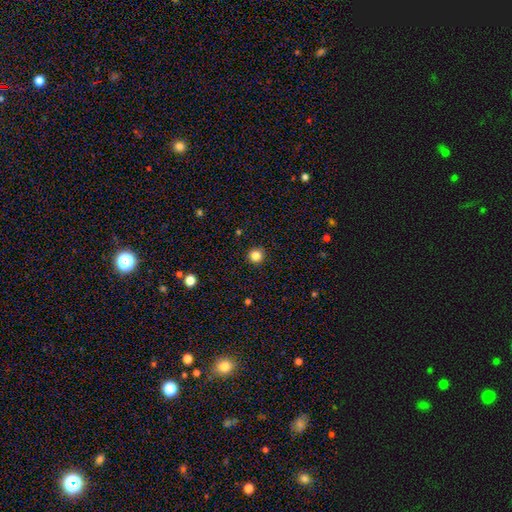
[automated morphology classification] A smooth galaxy with no disk features (84%) that is round (95%).

Vote fractions:
- Smooth or featured? smooth: 84% / star or artifact: 12% / featured or disk: 4%
- How rounded? round: 95% / in between: 4% / cigar-shaped: 1%
- Merging? none: 92% / minor disturbance: 5% / major disturbance: 2% / merger: 1%